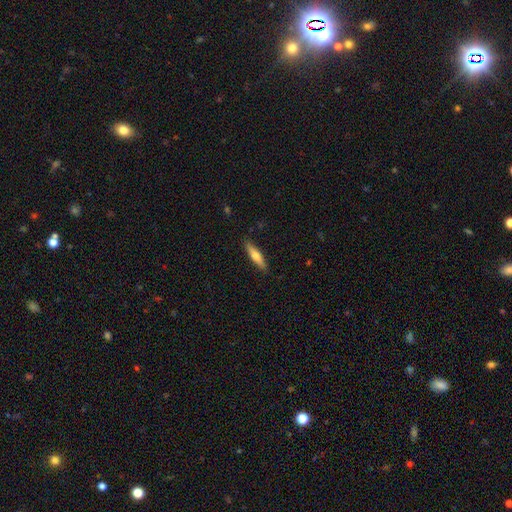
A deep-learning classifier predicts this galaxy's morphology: This is likely a smooth galaxy (62%). How rounded: likely cigar-shaped (77%). Merging: clearly none (88%).